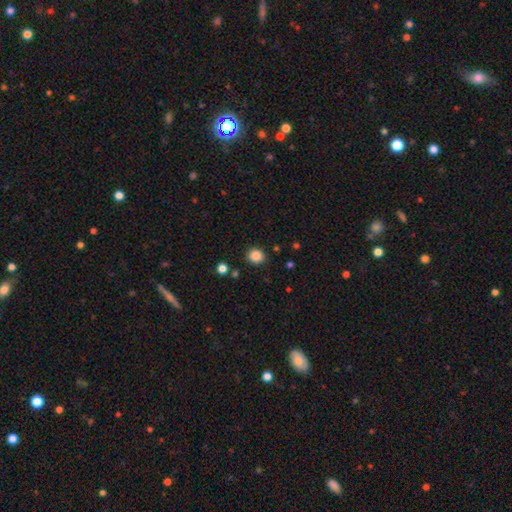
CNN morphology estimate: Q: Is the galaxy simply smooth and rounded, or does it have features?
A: smooth — 86%.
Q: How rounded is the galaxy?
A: round — 83%.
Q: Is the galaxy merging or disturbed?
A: none — 88%.